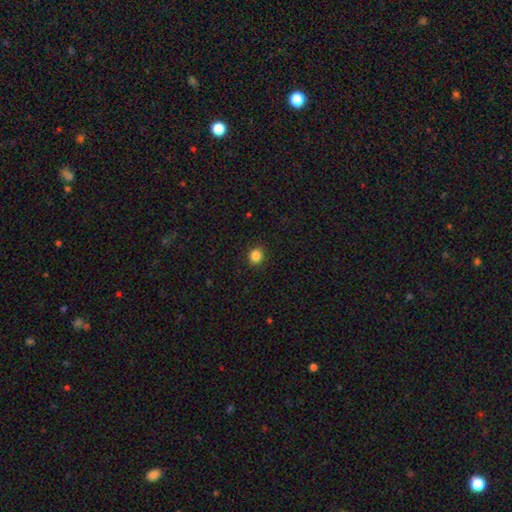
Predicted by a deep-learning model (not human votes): Smooth or featured? smooth (85%)
How rounded? round (84%)
Merging? none (91%)